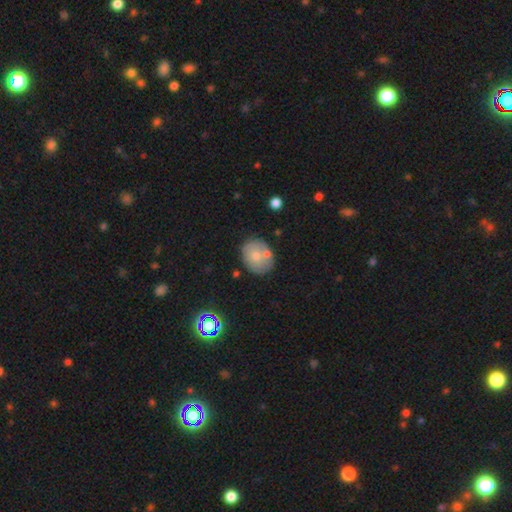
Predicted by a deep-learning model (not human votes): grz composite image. It shows a smooth galaxy with no disk features (70%) that is round (55%). Merging: none (65%).